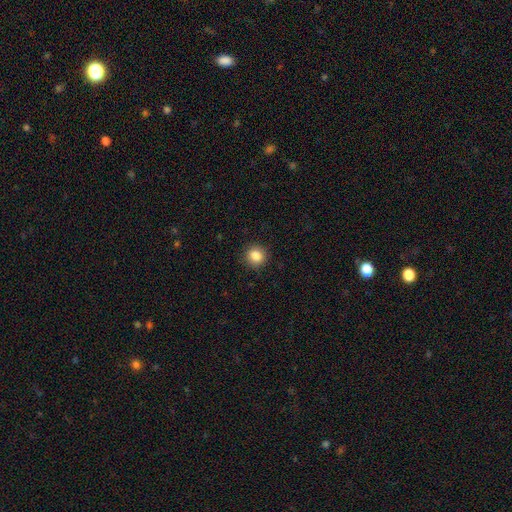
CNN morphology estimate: The model was most divided on "smooth or featured": smooth: 85%, star or artifact: 10%, featured or disk: 5%. More confident: merging — none (90%); how rounded — round (89%).